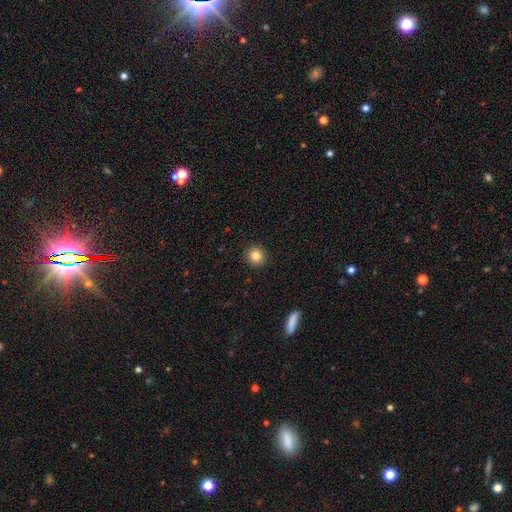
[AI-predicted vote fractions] Smooth or featured? Predicted: smooth (p=0.84). How rounded? Predicted: round (p=0.93). Merging? Predicted: none (p=0.92).